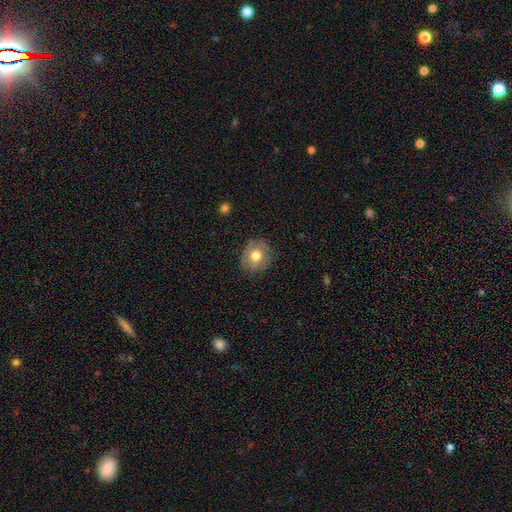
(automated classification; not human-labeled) Smooth or featured? smooth (69%)
How rounded? round (76%)
Merging? none (80%)